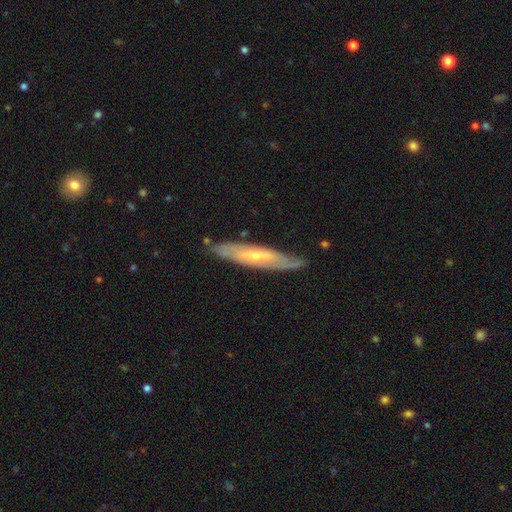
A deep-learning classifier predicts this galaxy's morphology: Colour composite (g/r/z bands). It shows a featured or disk galaxy (69%) with not edge-on (50%, tied with yes). Merging: none (78%).